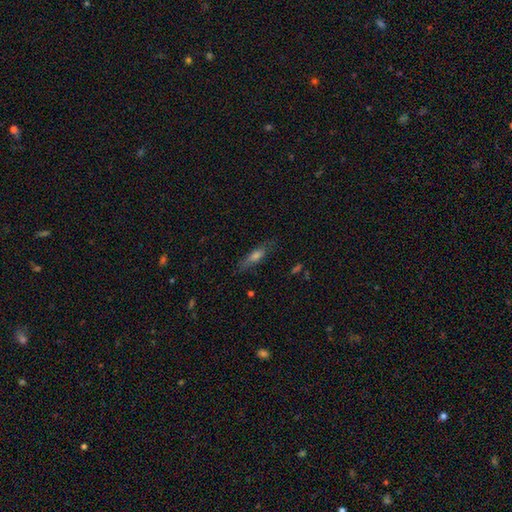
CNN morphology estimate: smooth-or-featured: smooth: 52% | featured or disk: 36% | star or artifact: 12%
  how-rounded: cigar-shaped: 62% | in between: 34% | round: 3%
  merging: none: 76% | minor disturbance: 17% | major disturbance: 5% | merger: 2%